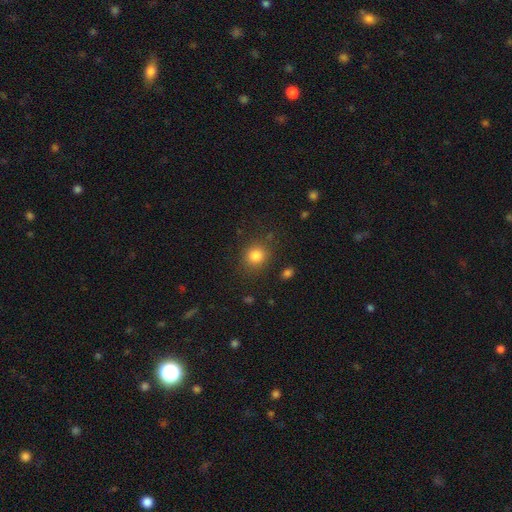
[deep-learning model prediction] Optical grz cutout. It shows a smooth galaxy with no disk features (83%) that is round (79%). Merging: none (83%).